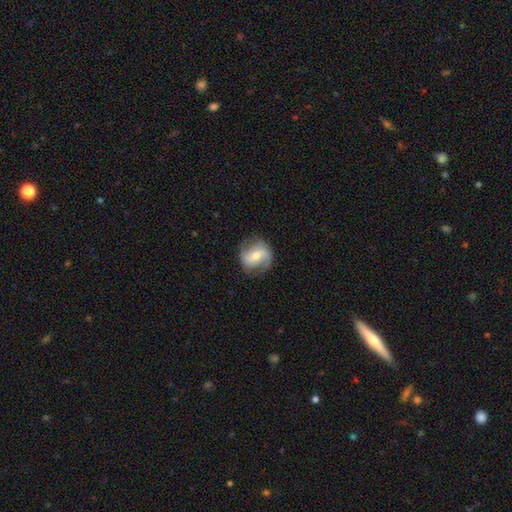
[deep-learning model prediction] featured or disk 74%, smooth 20%, star or artifact 6%. Down the decision tree: edge-on disk — no (97%); bar — weak (45%); spiral arms — yes (92%); spiral arm count — 2 (81%); spiral winding — medium (44%); bulge size — moderate (53%); merging — none (76%).